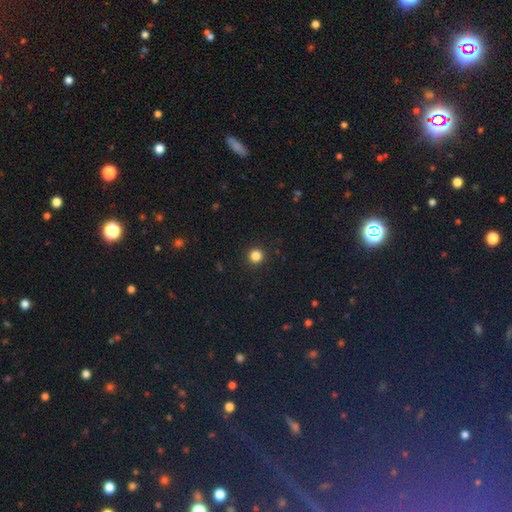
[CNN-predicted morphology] A smooth galaxy with no disk features (83%) that is round (95%). Merging: none (93%).